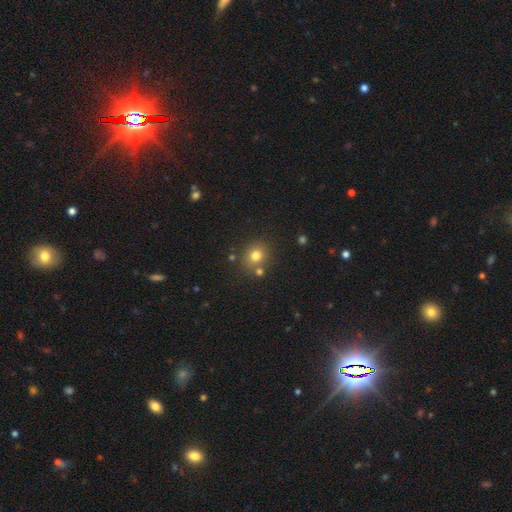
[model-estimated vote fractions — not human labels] Overall: smooth (76%). How rounded: round (77%). Merging: none (72%).